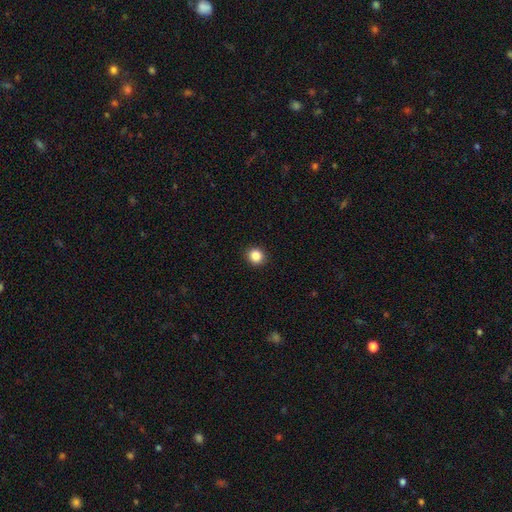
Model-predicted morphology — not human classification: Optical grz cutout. It shows a smooth galaxy with no disk features (86%) that is round (89%). Merging: none (92%).